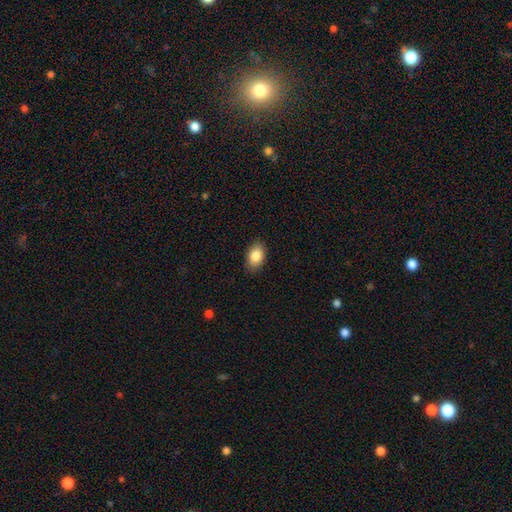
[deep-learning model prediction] Smooth or featured?
  - smooth: 85% *
  - star or artifact: 8%
  - featured or disk: 7%
How rounded?
  - in between: 87% *
  - round: 12%
  - cigar-shaped: 1%
Merging?
  - none: 87% *
  - minor disturbance: 10%
  - major disturbance: 2%
  - merger: 1%